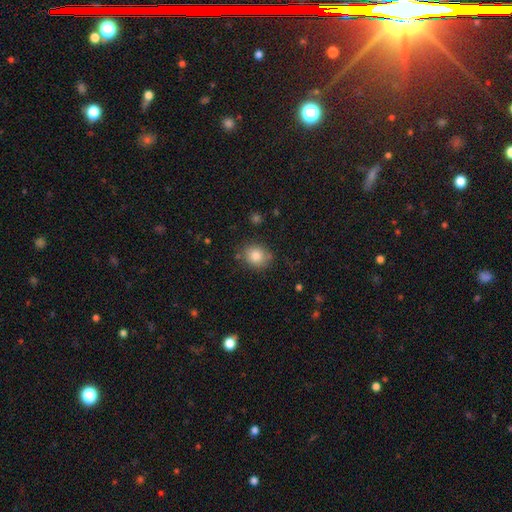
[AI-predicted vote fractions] This appears to be a smooth galaxy with no disk features (82%) that is round (66%). Merging: none (78%).